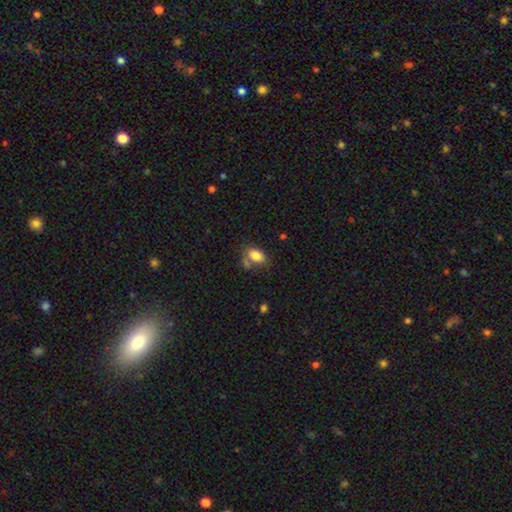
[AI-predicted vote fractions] Overall: smooth (82%). How rounded: in between (86%). Merging: none (56%; merger 20%).